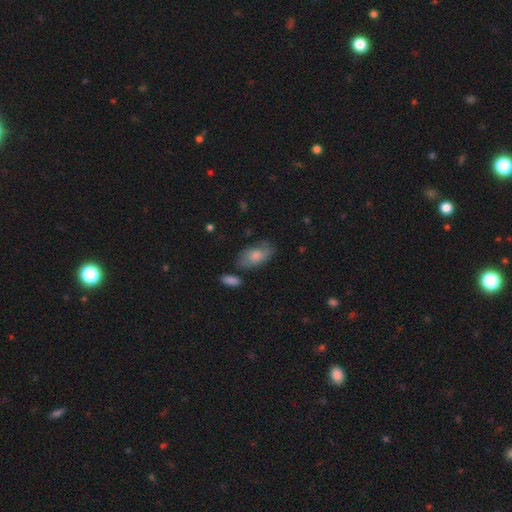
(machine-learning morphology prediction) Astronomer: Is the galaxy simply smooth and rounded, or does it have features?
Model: smooth — 72%.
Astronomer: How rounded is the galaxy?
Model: in between — 91%.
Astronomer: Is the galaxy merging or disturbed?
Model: none — 60%.